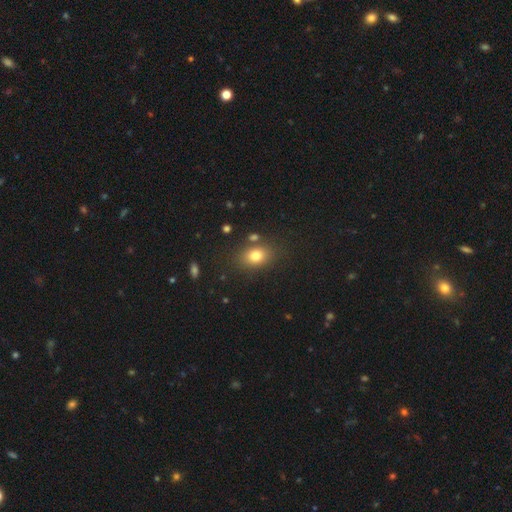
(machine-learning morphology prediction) Smooth or featured? smooth (79%)
How rounded? in between (66%)
Merging? none (78%)